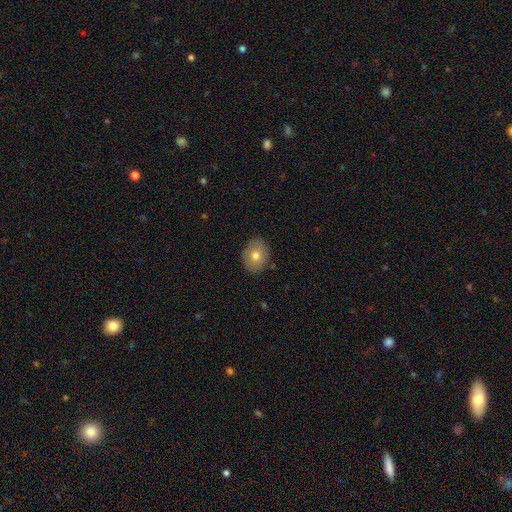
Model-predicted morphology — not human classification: This is likely a smooth galaxy (74%). How rounded: possibly in between (53%). Merging: clearly none (86%).